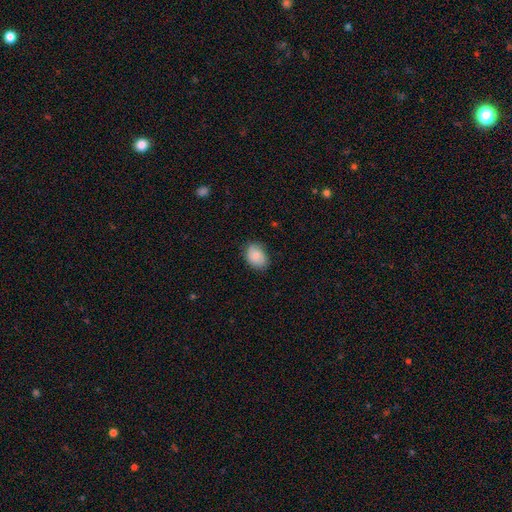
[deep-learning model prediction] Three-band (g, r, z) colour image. It shows a smooth galaxy with no disk features (80%) that is in between round and cigar-shaped (69%). Merging: none (76%).